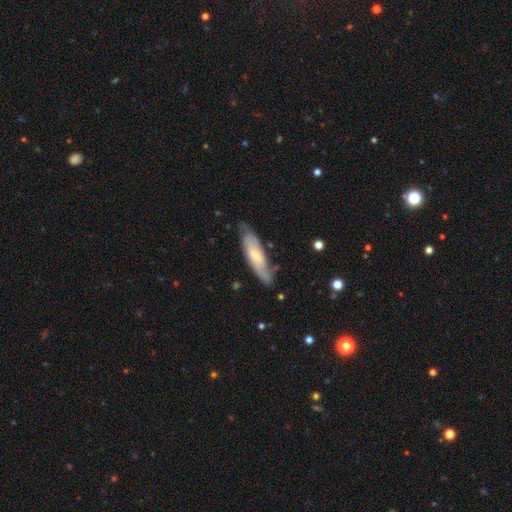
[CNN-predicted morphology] smooth_or_featured: featured or disk (p=0.54) [alt: smooth p=0.40]
disk_edge_on: no (p=0.69) [alt: yes p=0.31]
merging: none (p=0.67) [alt: minor disturbance p=0.23]